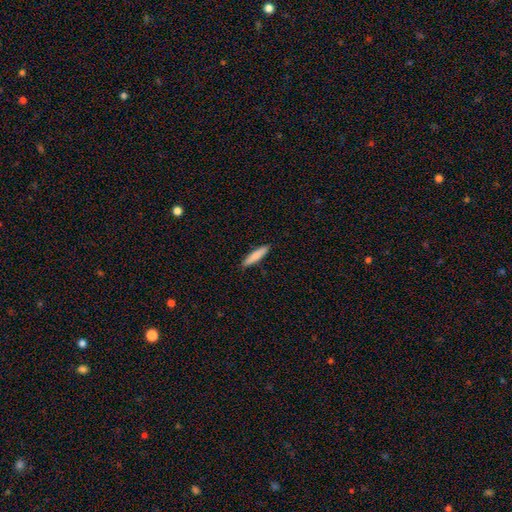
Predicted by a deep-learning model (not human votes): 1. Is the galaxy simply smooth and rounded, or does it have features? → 80% smooth, 14% featured or disk, 6% star or artifact.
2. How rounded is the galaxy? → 85% cigar-shaped, 13% in between, 1% round.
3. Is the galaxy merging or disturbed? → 90% none, 7% minor disturbance, 2% major disturbance, 1% merger.